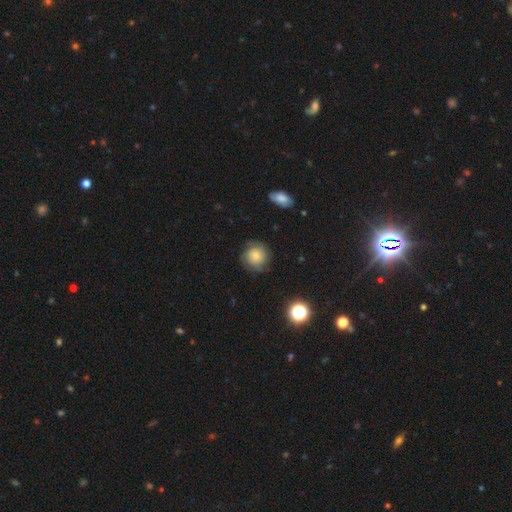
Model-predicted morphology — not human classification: The model was most divided on "smooth or featured": smooth: 52%, featured or disk: 39%, star or artifact: 10%. More confident: how rounded — round (90%); merging — none (74%).